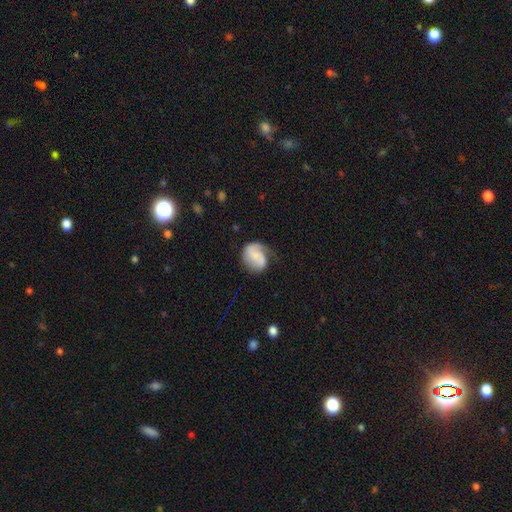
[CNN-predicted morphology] Q: Smooth or featured?
A: featured or disk (50%); runner-up: smooth (43%)
Q: Merging?
A: none (54%); runner-up: minor disturbance (29%)